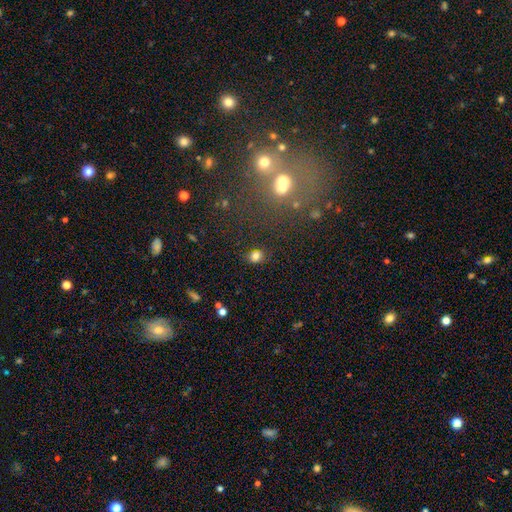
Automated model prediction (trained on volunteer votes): Smooth or featured? Predicted: smooth (p=0.80). How rounded? Predicted: round (p=0.51). Merging? Predicted: none (p=0.81).